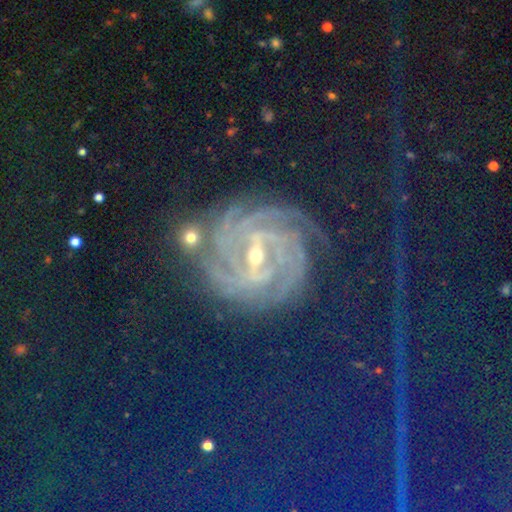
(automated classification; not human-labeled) Q: Smooth or featured?
A: star or artifact (42%); runner-up: featured or disk (36%)